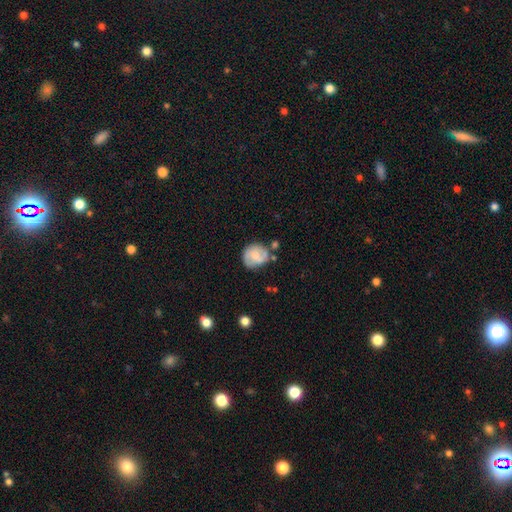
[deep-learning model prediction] A smooth galaxy with no disk features (51%) that is round (77%).

Vote fractions:
- Smooth or featured? smooth: 51% / featured or disk: 42% / star or artifact: 7%
- How rounded? round: 77% / in between: 22% / cigar-shaped: 1%
- Merging? none: 62% / minor disturbance: 22% / merger: 9% / major disturbance: 7%